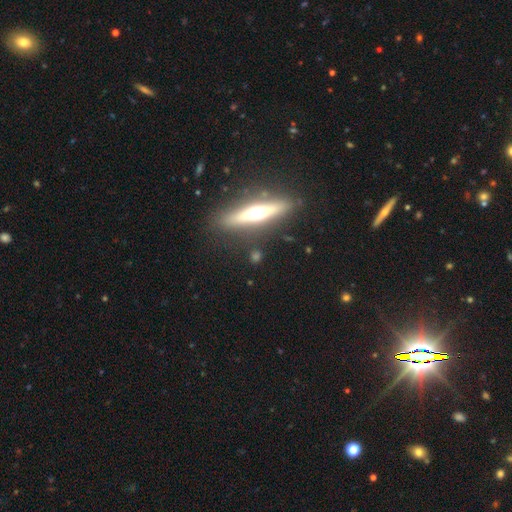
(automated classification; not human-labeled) Smooth or featured? Predicted: featured or disk (p=0.62). Edge-on disk? Predicted: yes (p=0.92). Edge-on bulge? Predicted: rounded (p=0.92). Merging? Predicted: none (p=0.85).